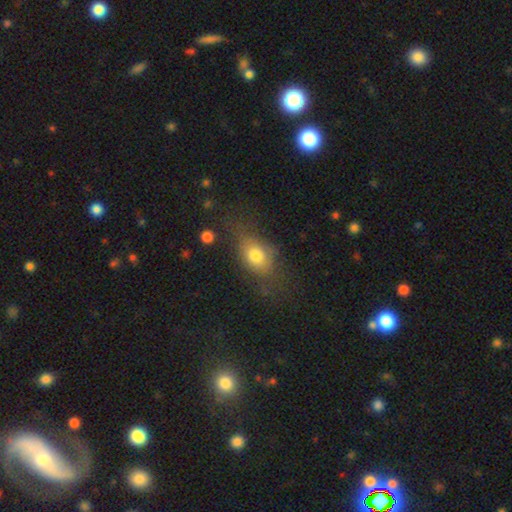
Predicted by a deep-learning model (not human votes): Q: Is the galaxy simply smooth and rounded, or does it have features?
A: smooth — 74%.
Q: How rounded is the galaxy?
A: in between — 72%.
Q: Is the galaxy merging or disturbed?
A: none — 50%.